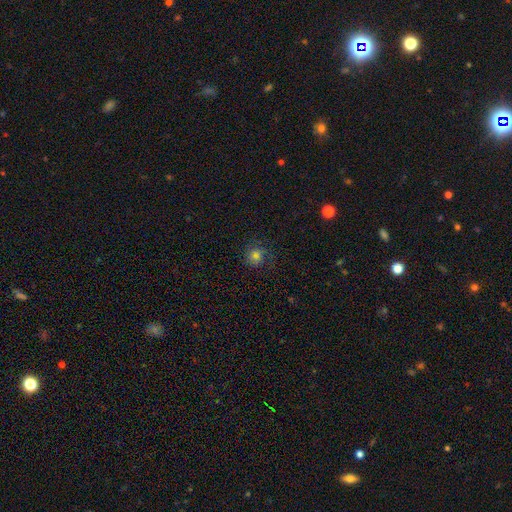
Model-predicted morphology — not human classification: A smooth galaxy with no disk features (75%) that is round (87%).

Vote fractions:
- Smooth or featured? smooth: 75% / star or artifact: 13% / featured or disk: 11%
- How rounded? round: 87% / in between: 12% / cigar-shaped: 1%
- Merging? none: 71% / minor disturbance: 17% / major disturbance: 11% / merger: 1%